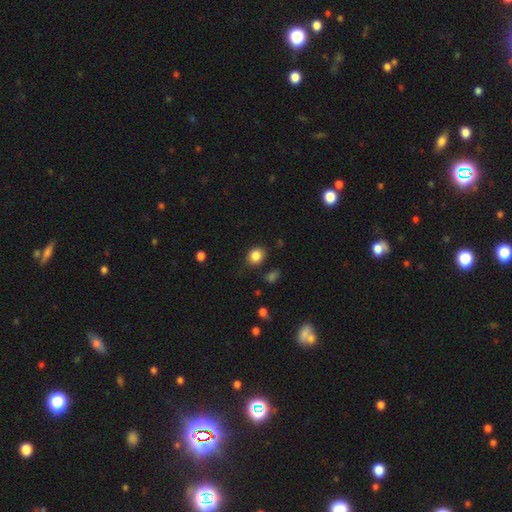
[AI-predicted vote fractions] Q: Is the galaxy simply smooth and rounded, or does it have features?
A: smooth — 85%.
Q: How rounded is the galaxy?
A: round — 62%.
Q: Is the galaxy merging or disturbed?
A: none — 78%.